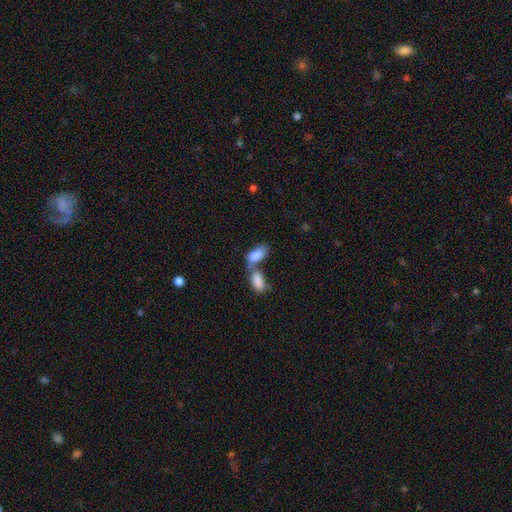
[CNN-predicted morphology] smooth_or_featured: smooth (p=0.84) [alt: featured or disk p=0.10]
how_rounded: in between (p=0.92) [alt: cigar-shaped p=0.05]
merging: merger (p=0.69) [alt: none p=0.20]